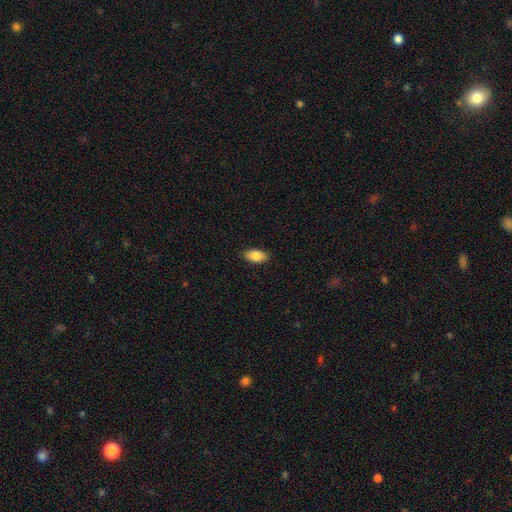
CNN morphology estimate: A smooth galaxy with no disk features (85%) that is in between round and cigar-shaped (91%).

Vote fractions:
- Smooth or featured? smooth: 85% / featured or disk: 8% / star or artifact: 7%
- How rounded? in between: 91% / cigar-shaped: 6% / round: 3%
- Merging? none: 88% / minor disturbance: 9% / major disturbance: 2% / merger: 1%